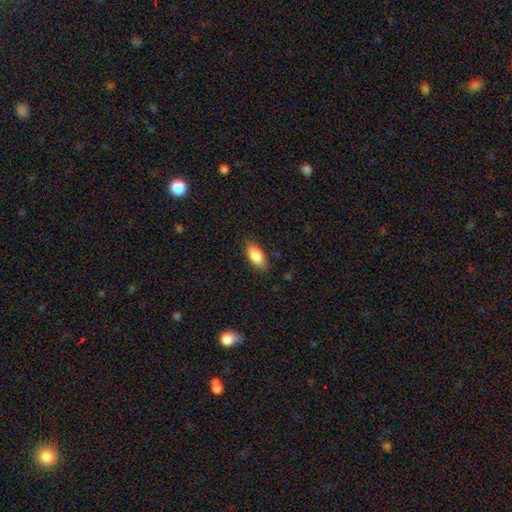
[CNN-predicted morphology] smooth 86%, featured or disk 8%, star or artifact 7%. Down the decision tree: how rounded — in between (86%); merging — none (84%).